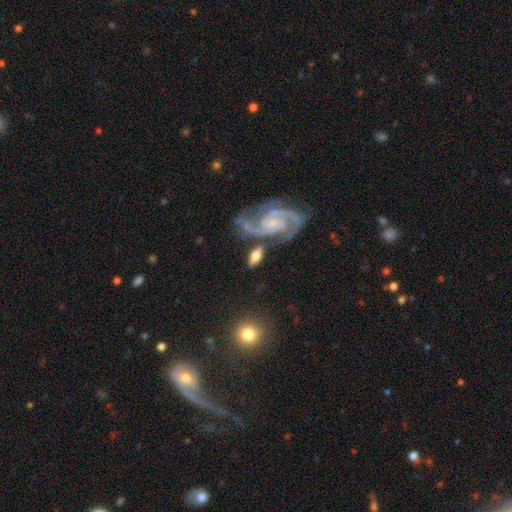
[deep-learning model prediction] Smooth or featured?
  - featured or disk: 57% *
  - smooth: 36%
  - star or artifact: 7%
Edge-on disk?
  - no: 85% *
  - yes: 15%
Merging?
  - none: 57% *
  - minor disturbance: 18%
  - merger: 18%
  - major disturbance: 8%